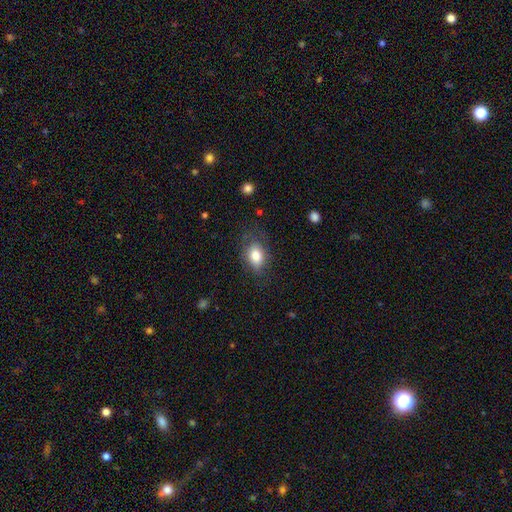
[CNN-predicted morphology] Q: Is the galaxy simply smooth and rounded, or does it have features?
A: smooth — 80%.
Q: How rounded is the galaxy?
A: in between — 83%.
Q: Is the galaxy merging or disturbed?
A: none — 69%.